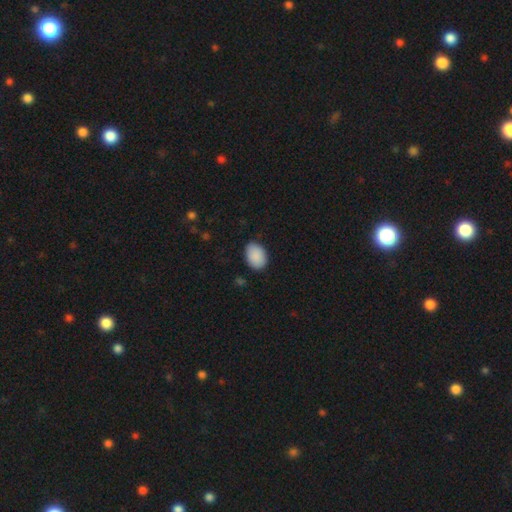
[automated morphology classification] type=smooth (90%); roundness=in between (84%); merging=none (83%).